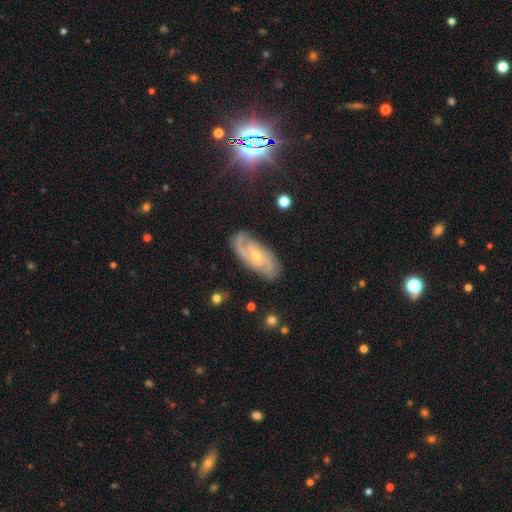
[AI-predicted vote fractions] Smooth or featured? Predicted: featured or disk (p=0.85). Edge-on disk? Predicted: no (p=0.94). Bar? Predicted: no (p=0.65). Spiral arms? Predicted: yes (p=0.96). Spiral winding? Predicted: tight (p=0.49). Spiral arm count? Predicted: 2 (p=0.44). Bulge size? Predicted: small (p=0.55). Merging? Predicted: none (p=0.79).